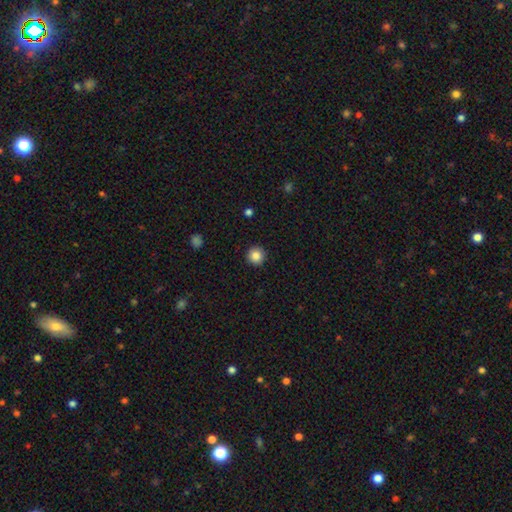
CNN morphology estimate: Smooth or featured?
  - smooth: 86% *
  - star or artifact: 10%
  - featured or disk: 4%
How rounded?
  - round: 96% *
  - in between: 3%
  - cigar-shaped: 1%
Merging?
  - none: 92% *
  - minor disturbance: 5%
  - major disturbance: 2%
  - merger: 1%